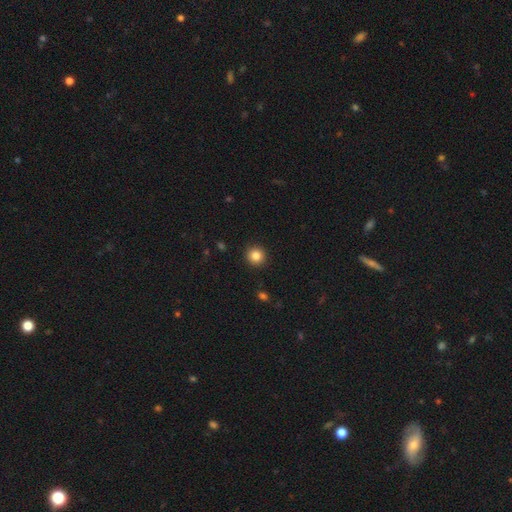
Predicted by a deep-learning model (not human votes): smooth_or_featured: smooth (p=0.85) [alt: star or artifact p=0.11]
how_rounded: round (p=0.94) [alt: in between p=0.05]
merging: none (p=0.92) [alt: minor disturbance p=0.05]